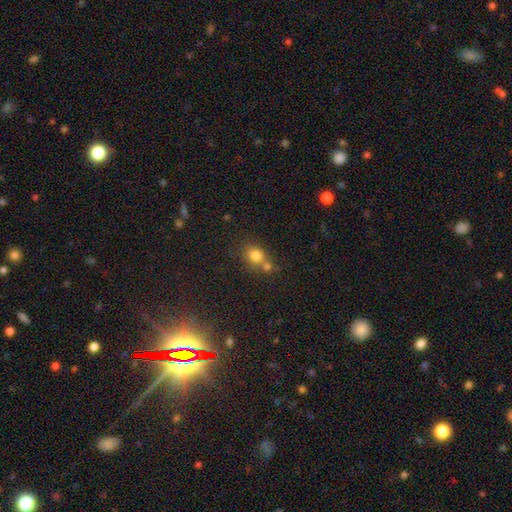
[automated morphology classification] A smooth galaxy with no disk features (78%) that is round (71%). Merging: none (49%).